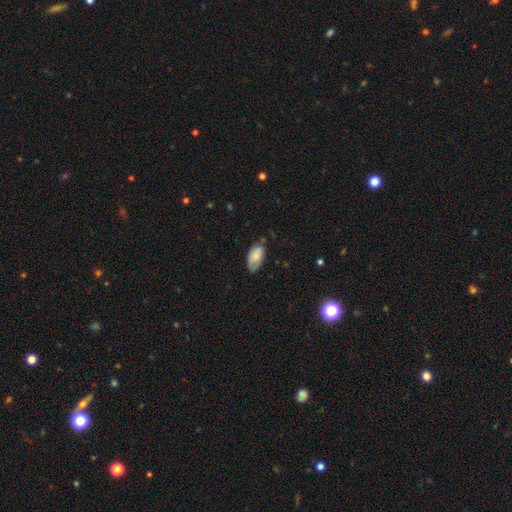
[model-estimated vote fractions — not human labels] Smooth or featured?
  - smooth: 76% *
  - featured or disk: 17%
  - star or artifact: 7%
How rounded?
  - in between: 94% *
  - cigar-shaped: 3%
  - round: 3%
Merging?
  - none: 59% *
  - minor disturbance: 31%
  - major disturbance: 7%
  - merger: 2%